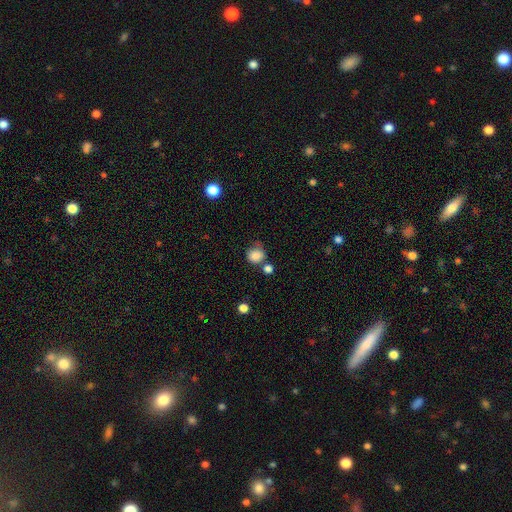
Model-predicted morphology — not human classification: Smooth or featured?
  - smooth: 83% *
  - star or artifact: 10%
  - featured or disk: 7%
How rounded?
  - round: 78% *
  - in between: 21%
  - cigar-shaped: 1%
Merging?
  - none: 57% *
  - minor disturbance: 21%
  - merger: 15%
  - major disturbance: 7%